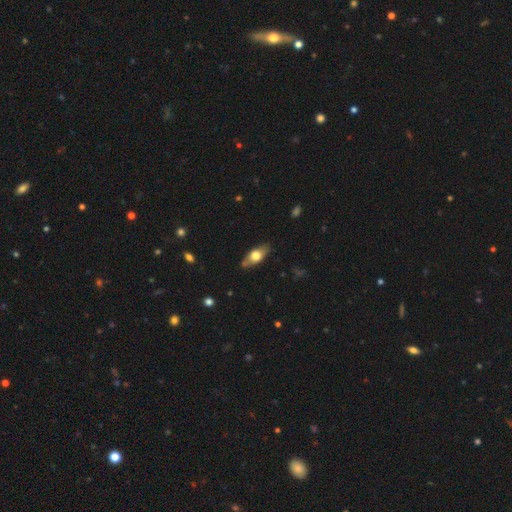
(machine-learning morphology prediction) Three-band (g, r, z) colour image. It shows a smooth galaxy with no disk features (59%) that is in between round and cigar-shaped (78%). Merging: none (79%).